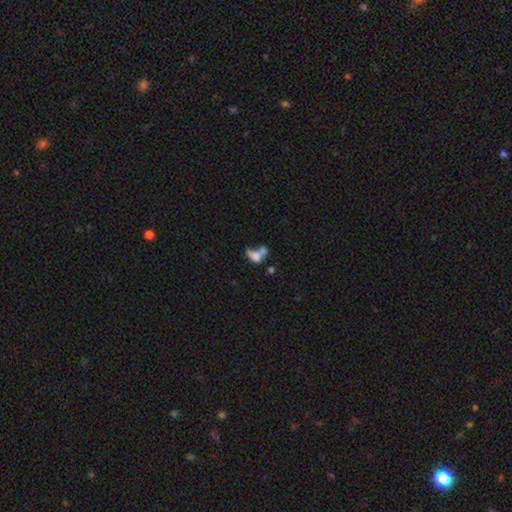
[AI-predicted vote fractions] Morphology: type=smooth (65%); roundness=in between (78%); merging=merger (56%).